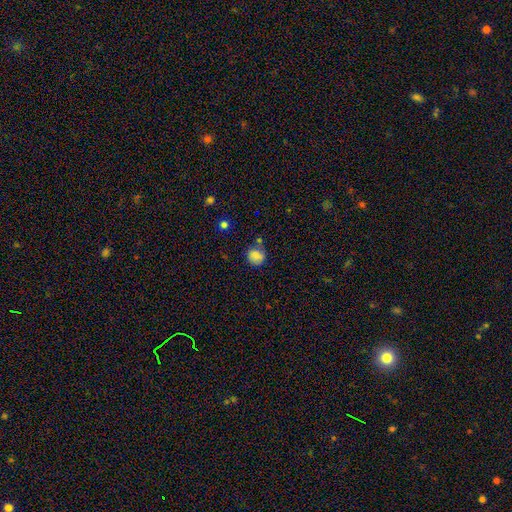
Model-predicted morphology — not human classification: This appears to be a smooth galaxy with no disk features (80%) that is round (77%). Merging: none (60%).